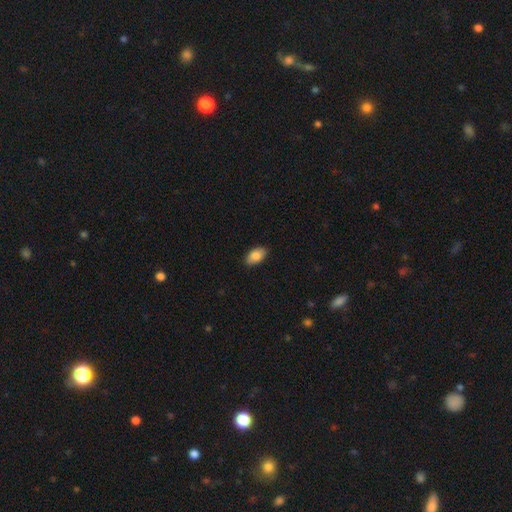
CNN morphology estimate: smooth-or-featured: smooth: 85% | featured or disk: 8% | star or artifact: 7%
  how-rounded: in between: 94% | round: 4% | cigar-shaped: 2%
  merging: none: 88% | minor disturbance: 9% | major disturbance: 2% | merger: 1%